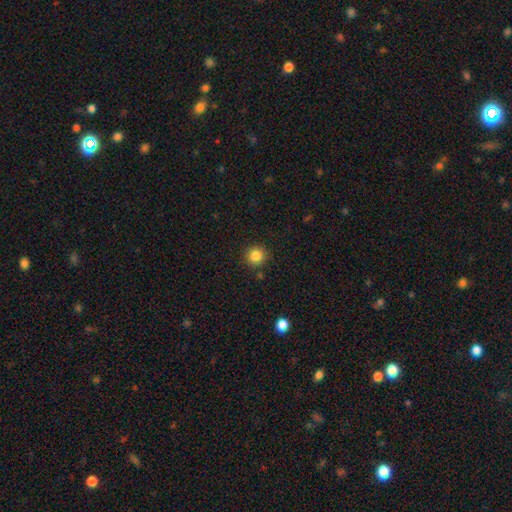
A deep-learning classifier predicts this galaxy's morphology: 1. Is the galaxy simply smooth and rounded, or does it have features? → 84% smooth, 11% star or artifact, 5% featured or disk.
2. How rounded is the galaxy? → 94% round, 5% in between, 1% cigar-shaped.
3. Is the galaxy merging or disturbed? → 89% none, 7% minor disturbance, 2% major disturbance, 2% merger.